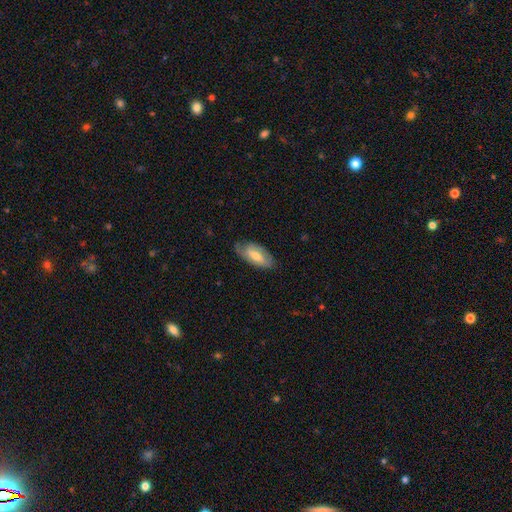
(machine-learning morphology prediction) smooth 48%, featured or disk 46%, star or artifact 6%. Down the decision tree: merging — none (72%).